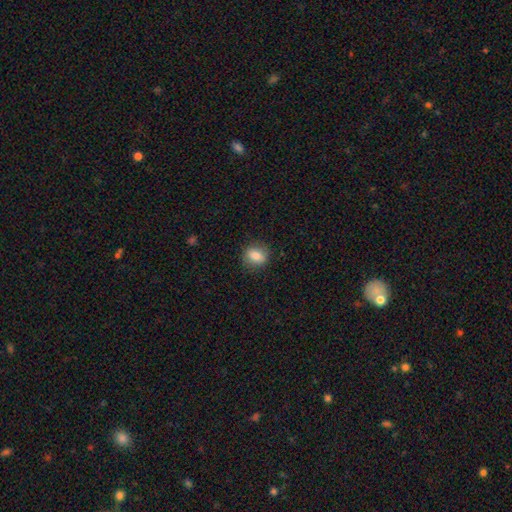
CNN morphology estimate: Overall: smooth (84%). How rounded: in between (49%, tied with round). Merging: none (85%).